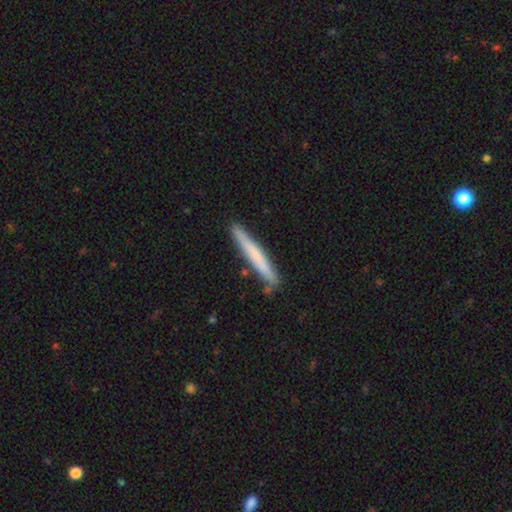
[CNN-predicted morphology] smooth 63%, featured or disk 32%, star or artifact 6%. Down the decision tree: how rounded — cigar-shaped (97%); merging — none (87%).